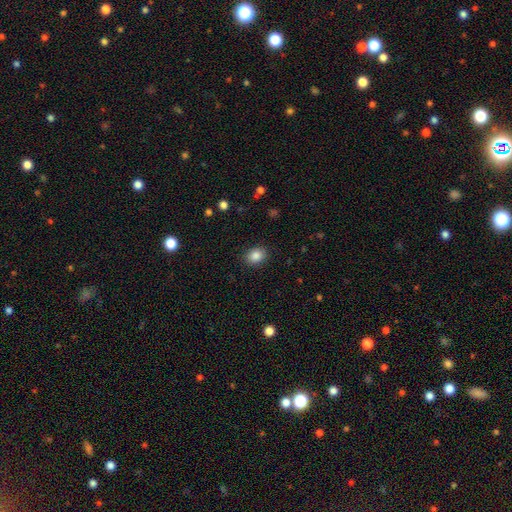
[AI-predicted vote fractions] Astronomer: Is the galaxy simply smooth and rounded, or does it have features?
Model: smooth — 87%.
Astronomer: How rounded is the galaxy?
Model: in between — 55% (runner-up: round, 44%).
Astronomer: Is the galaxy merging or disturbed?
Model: none — 89%.